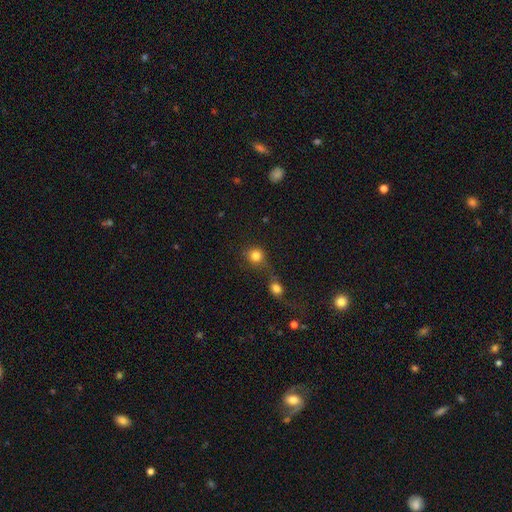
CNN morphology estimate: Overall: smooth (82%). How rounded: round (86%). Merging: none (46%; merger 37%).